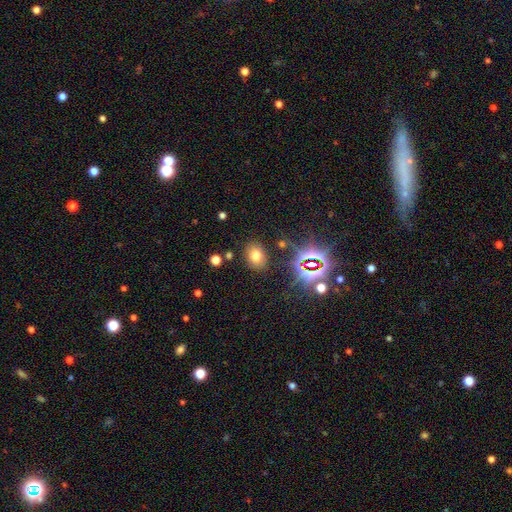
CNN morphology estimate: Smooth or featured? smooth (68%)
How rounded? in between (69%)
Merging? none (84%)